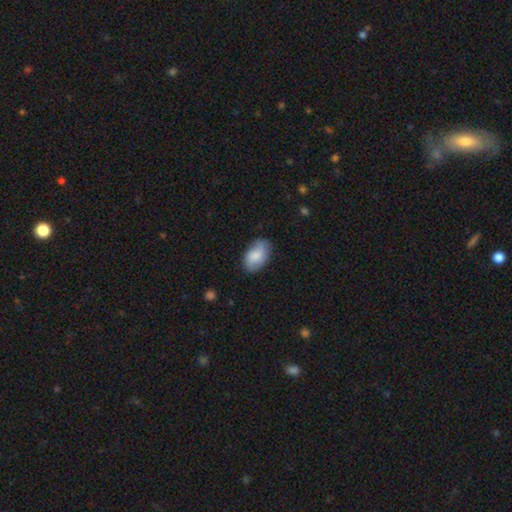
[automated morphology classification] Overall: smooth (79%). How rounded: in between (93%). Merging: none (77%).